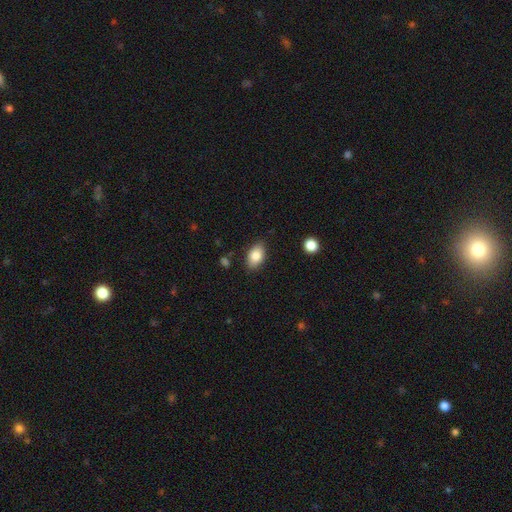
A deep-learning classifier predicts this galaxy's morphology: A smooth galaxy with no disk features (84%) that is in between round and cigar-shaped (90%). Merging: none (84%).